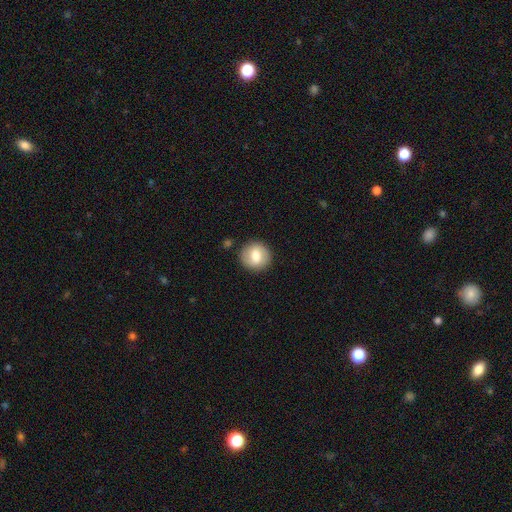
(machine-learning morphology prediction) smooth-or-featured: smooth: 66% | featured or disk: 27% | star or artifact: 7%
  how-rounded: round: 87% | in between: 12% | cigar-shaped: 1%
  merging: none: 87% | minor disturbance: 9% | major disturbance: 3% | merger: 2%